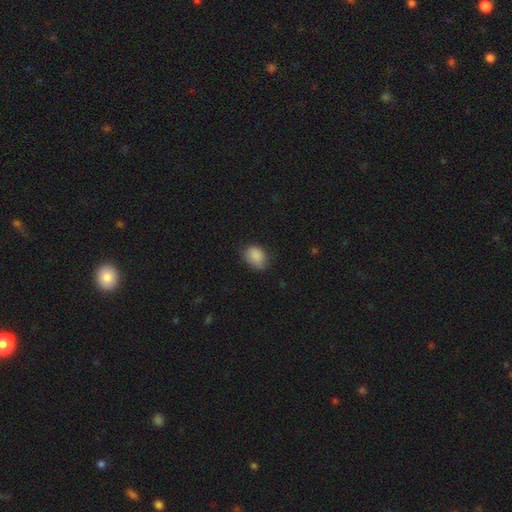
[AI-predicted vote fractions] Smooth or featured? Predicted: smooth (p=0.86). How rounded? Predicted: in between (p=0.68). Merging? Predicted: none (p=0.60).